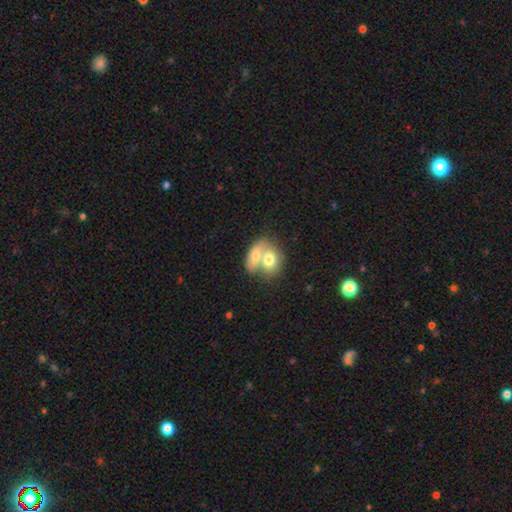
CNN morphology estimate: smooth-or-featured: smooth: 70% | featured or disk: 24% | star or artifact: 6%
  how-rounded: in between: 76% | round: 20% | cigar-shaped: 4%
  merging: merger: 75% | none: 16% | minor disturbance: 6% | major disturbance: 3%